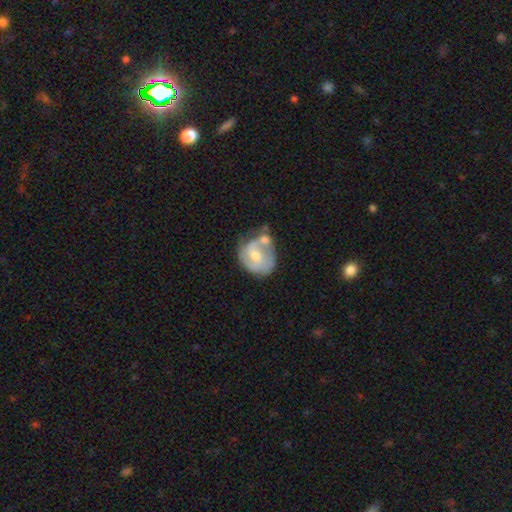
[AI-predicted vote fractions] A featured or disk galaxy (66%) with no bar (48%), spiral arms (75%) and a moderate central bulge (57%).

Vote fractions:
- Smooth or featured? featured or disk: 66% / smooth: 28% / star or artifact: 6%
- Edge-on disk? no: 98% / yes: 2%
- Bar? no: 48% / weak: 43% / strong: 9%
- Spiral arms? yes: 75% / no: 25%
- Bulge size? moderate: 57% / small: 36% / none: 3% / large: 3% / dominant: 1%
- Merging? merger: 37% / none: 29% / minor disturbance: 21% / major disturbance: 13%